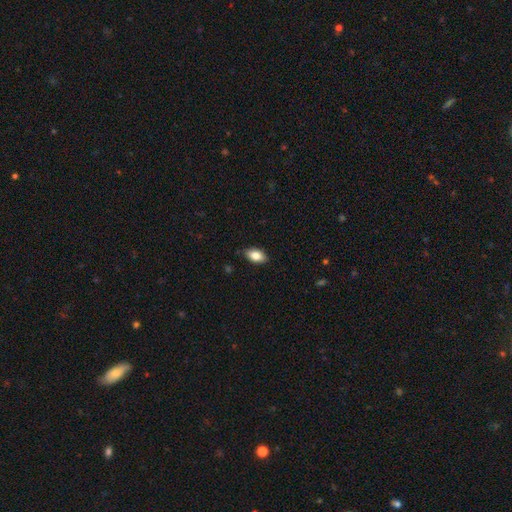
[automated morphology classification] smooth_or_featured: smooth (p=0.82) [alt: featured or disk p=0.11]
how_rounded: in between (p=0.91) [alt: round p=0.06]
merging: none (p=0.85) [alt: minor disturbance p=0.12]